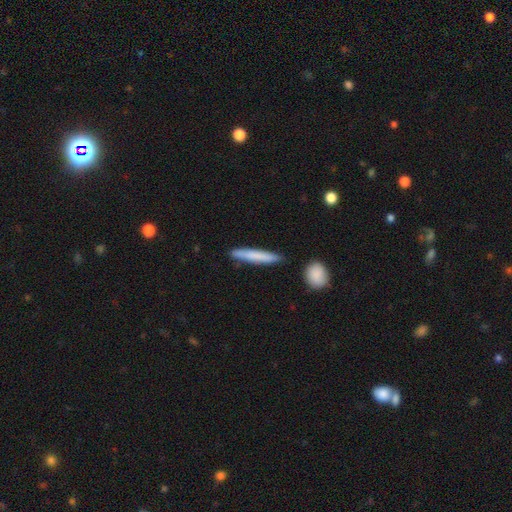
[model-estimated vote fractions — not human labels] The model was most divided on "smooth or featured": smooth: 75%, featured or disk: 20%, star or artifact: 6%. More confident: how rounded — cigar-shaped (94%); merging — none (86%).